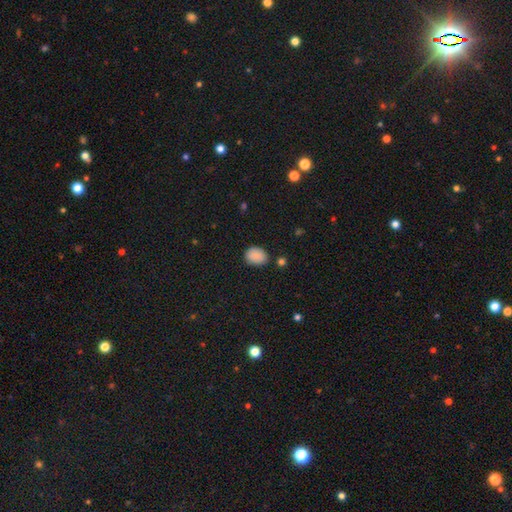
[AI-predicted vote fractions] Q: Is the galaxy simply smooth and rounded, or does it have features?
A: smooth — 87%.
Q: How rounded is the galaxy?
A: in between — 69%.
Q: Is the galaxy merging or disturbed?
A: none — 79%.